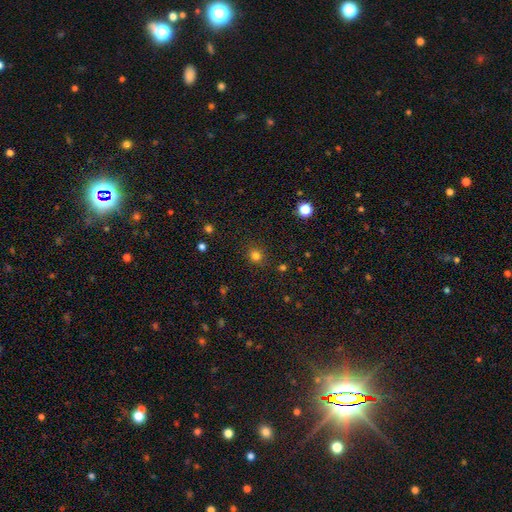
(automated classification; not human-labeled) Q: Smooth or featured?
A: smooth (79%); runner-up: star or artifact (16%)
Q: How rounded?
A: round (87%); runner-up: in between (12%)
Q: Merging?
A: none (88%); runner-up: minor disturbance (8%)